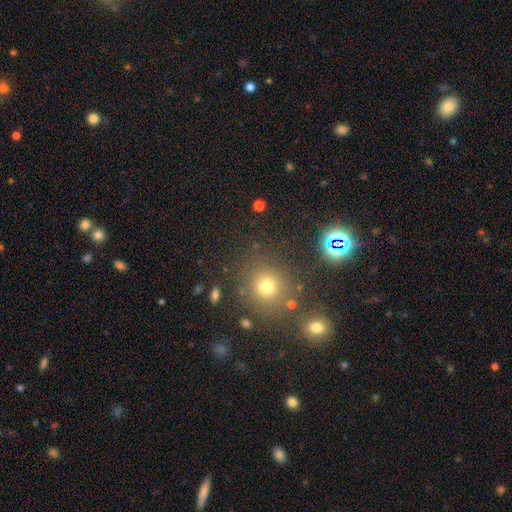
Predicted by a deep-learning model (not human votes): smooth-or-featured: smooth: 53% | star or artifact: 39% | featured or disk: 8%
  how-rounded: round: 88% | in between: 11% | cigar-shaped: 1%
  merging: none: 81% | minor disturbance: 8% | merger: 7% | major disturbance: 4%